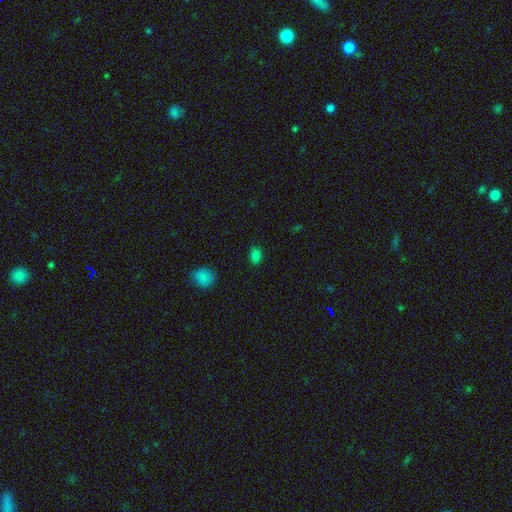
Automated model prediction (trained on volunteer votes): smooth-or-featured: smooth: 80% | star or artifact: 15% | featured or disk: 5%
  how-rounded: in between: 77% | round: 21% | cigar-shaped: 2%
  merging: none: 86% | minor disturbance: 10% | major disturbance: 2% | merger: 1%